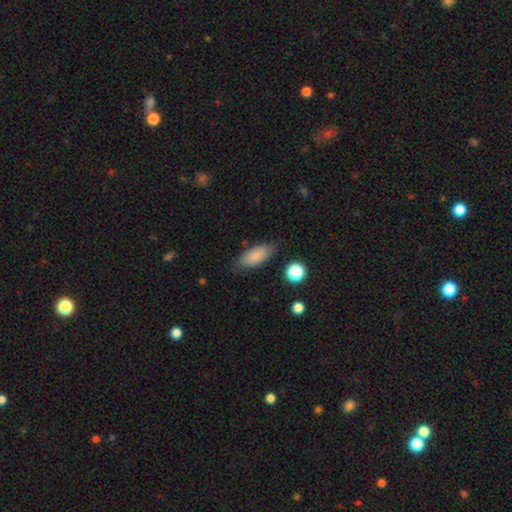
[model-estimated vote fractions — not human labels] Morphology: type=smooth (83%); roundness=in between (86%); merging=none (75%).